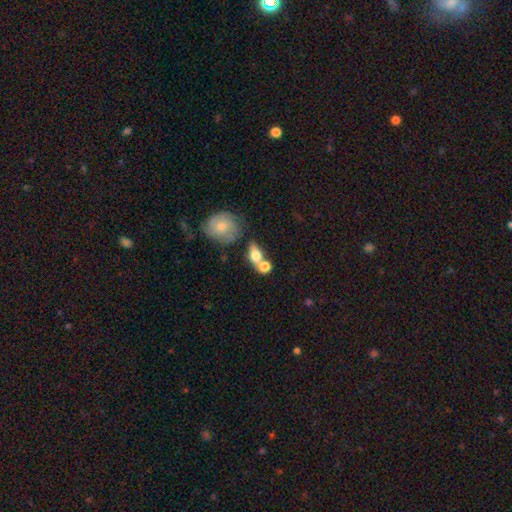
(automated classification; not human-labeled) A smooth galaxy with no disk features (70%) that is in between round and cigar-shaped (60%).

Vote fractions:
- Smooth or featured? smooth: 70% / featured or disk: 22% / star or artifact: 9%
- How rounded? in between: 60% / round: 32% / cigar-shaped: 8%
- Merging? merger: 46% / none: 38% / minor disturbance: 11% / major disturbance: 6%